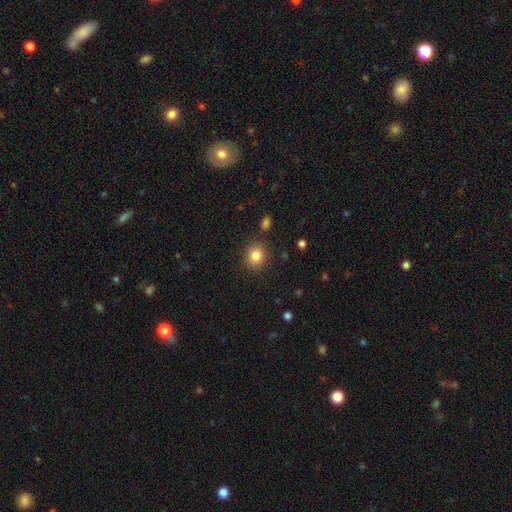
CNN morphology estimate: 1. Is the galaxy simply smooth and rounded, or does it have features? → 84% smooth, 10% star or artifact, 6% featured or disk.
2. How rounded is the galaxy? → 75% round, 24% in between, 1% cigar-shaped.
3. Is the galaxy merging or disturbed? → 86% none, 8% minor disturbance, 3% major disturbance, 3% merger.